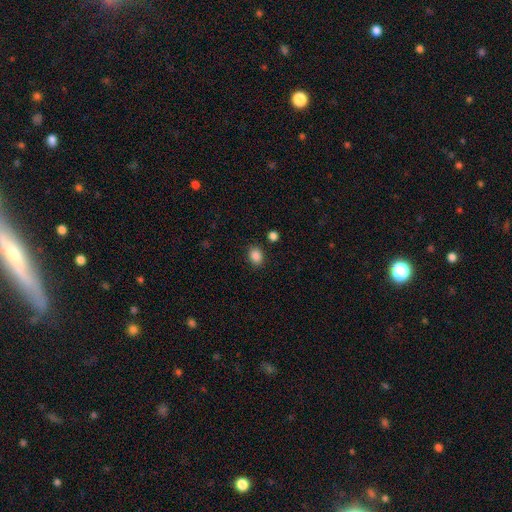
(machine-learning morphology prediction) type=smooth (87%); roundness=in between (53%); merging=none (85%).